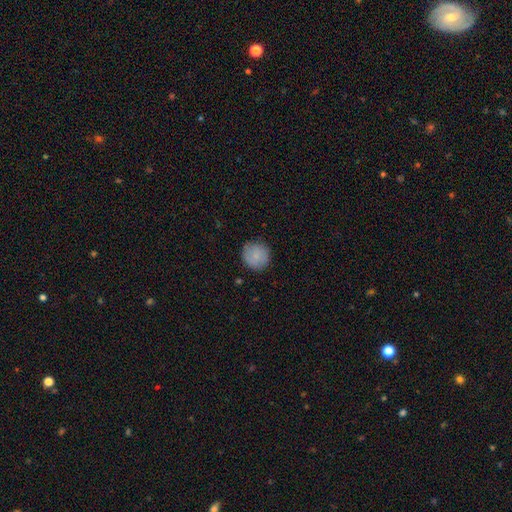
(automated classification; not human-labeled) Smooth or featured? smooth (83%)
How rounded? round (94%)
Merging? none (85%)